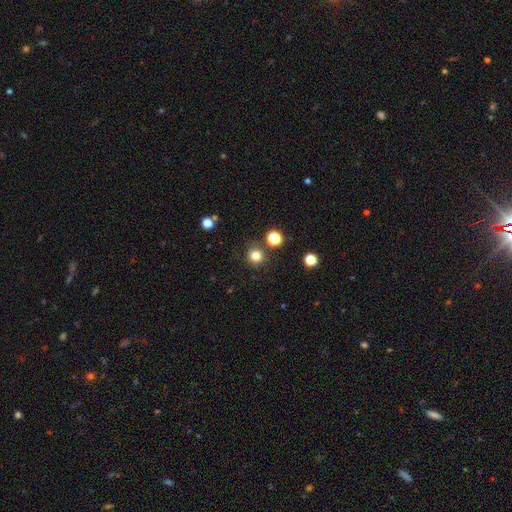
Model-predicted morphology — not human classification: smooth 80%, star or artifact 15%, featured or disk 5%. Down the decision tree: how rounded — round (93%); merging — none (87%).